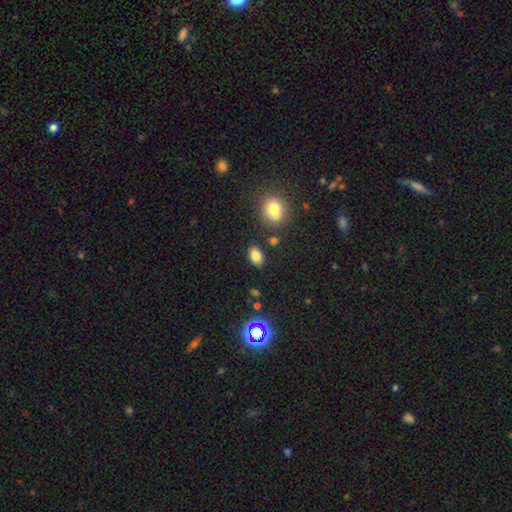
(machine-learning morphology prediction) smooth_or_featured: smooth (p=0.78) [alt: star or artifact p=0.12]
how_rounded: in between (p=0.87) [alt: round p=0.11]
merging: none (p=0.83) [alt: minor disturbance p=0.10]